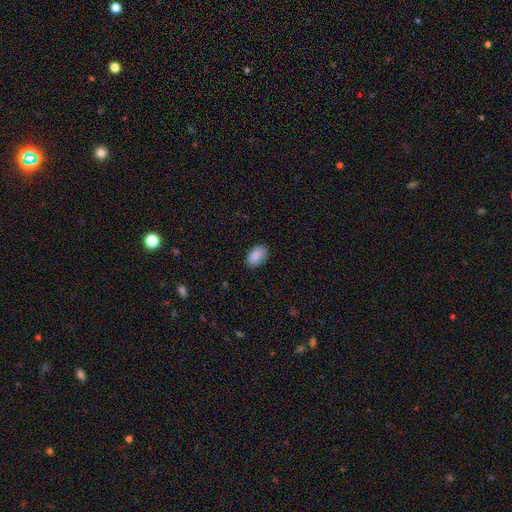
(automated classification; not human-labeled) A smooth galaxy with no disk features (87%) that is in between round and cigar-shaped (89%).

Vote fractions:
- Smooth or featured? smooth: 87% / star or artifact: 7% / featured or disk: 6%
- How rounded? in between: 89% / round: 9% / cigar-shaped: 1%
- Merging? none: 82% / minor disturbance: 14% / major disturbance: 3% / merger: 1%